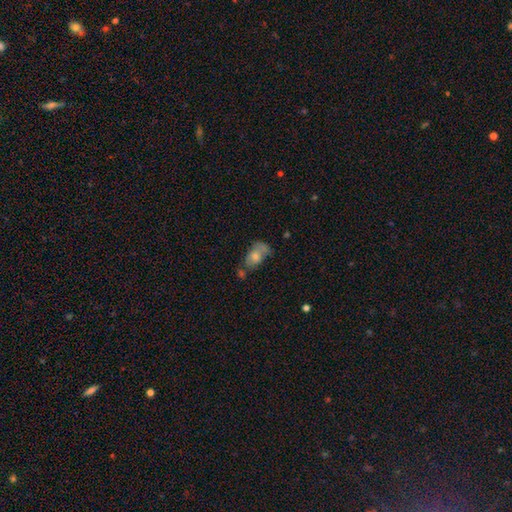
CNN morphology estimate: A smooth galaxy with no disk features (67%) that is in between round and cigar-shaped (85%). Merging: none (32%).